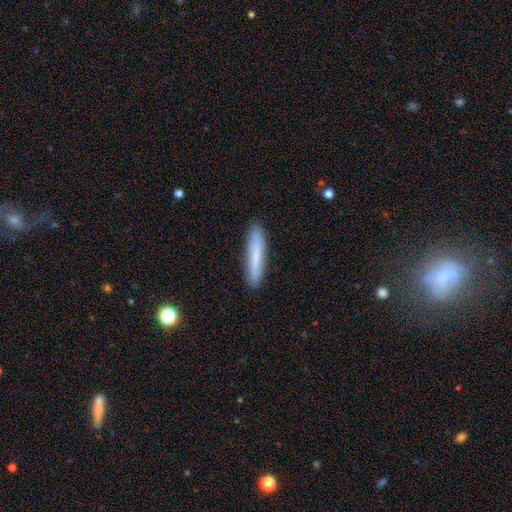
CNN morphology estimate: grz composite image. It shows a smooth galaxy with no disk features (76%) that is cigar-shaped (91%). Merging: none (89%).